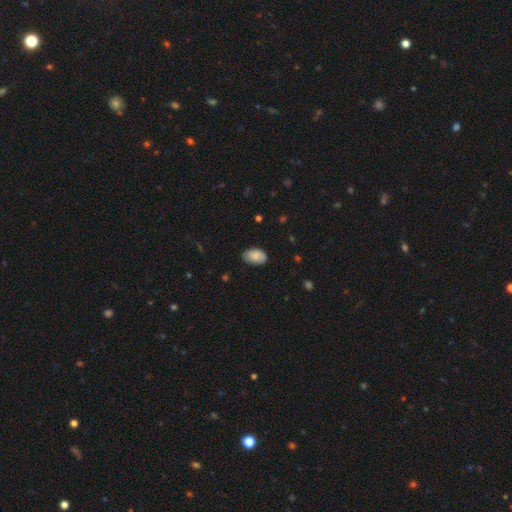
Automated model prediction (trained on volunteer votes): This is clearly a smooth galaxy (83%). How rounded: clearly in between (90%). Merging: likely none (74%).